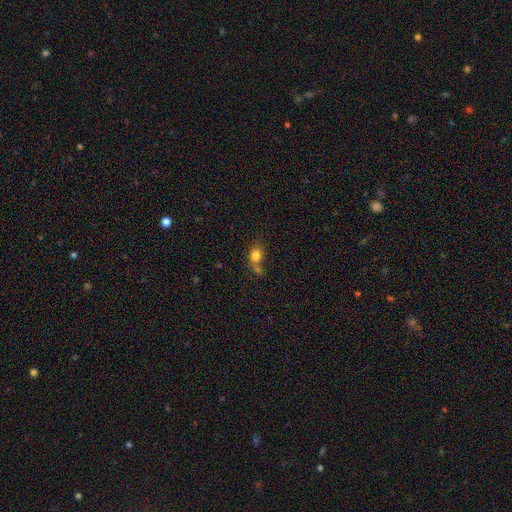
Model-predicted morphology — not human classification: Overall: smooth (79%). How rounded: in between (50%; round 48%). Merging: none (43%; merger 28%).